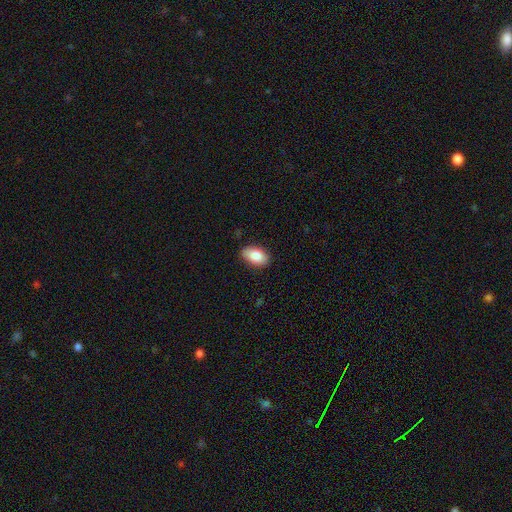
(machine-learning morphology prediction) Q: Smooth or featured?
A: smooth (87%); runner-up: featured or disk (7%)
Q: How rounded?
A: in between (93%); runner-up: round (5%)
Q: Merging?
A: none (83%); runner-up: minor disturbance (14%)